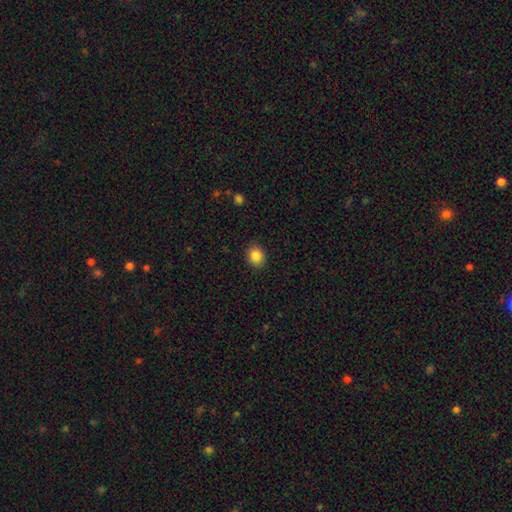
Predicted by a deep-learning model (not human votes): Overall: smooth (86%). How rounded: round (63%; in between 36%). Merging: none (88%).